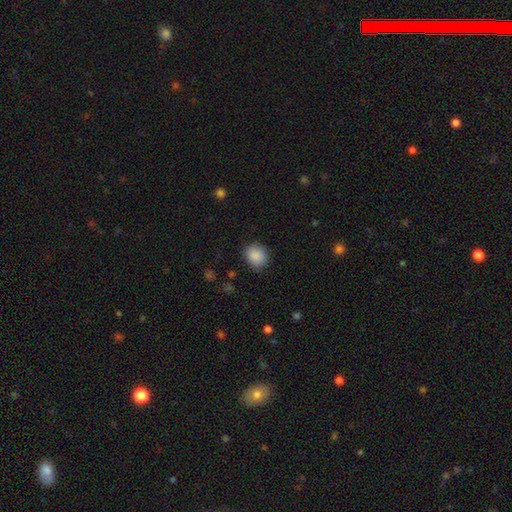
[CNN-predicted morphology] Q: Smooth or featured?
A: smooth (89%); runner-up: star or artifact (8%)
Q: How rounded?
A: round (75%); runner-up: in between (24%)
Q: Merging?
A: none (85%); runner-up: minor disturbance (11%)